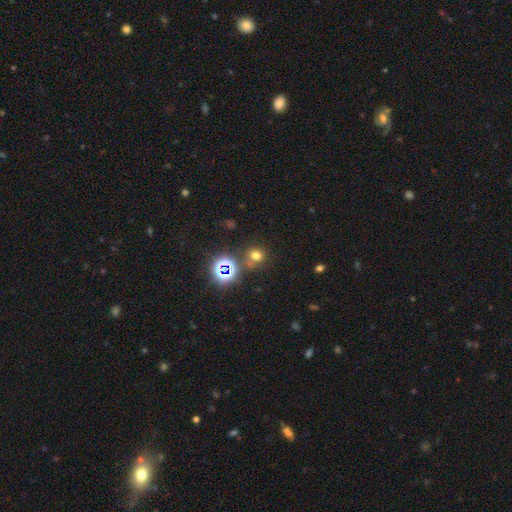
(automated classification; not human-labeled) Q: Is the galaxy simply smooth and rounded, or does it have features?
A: smooth — 62%.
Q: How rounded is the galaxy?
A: round — 81%.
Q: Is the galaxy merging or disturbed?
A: none — 73%.